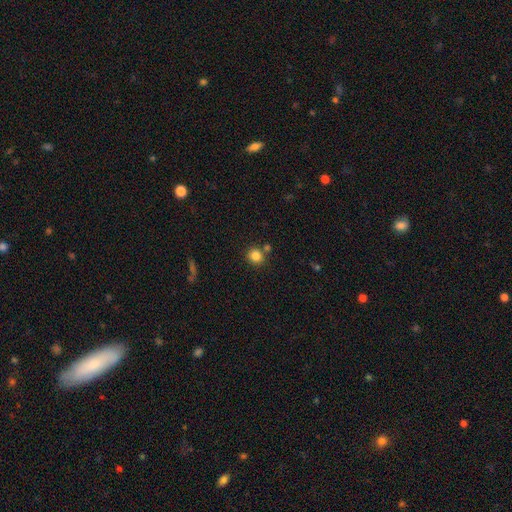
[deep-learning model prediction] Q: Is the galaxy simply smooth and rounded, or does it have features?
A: smooth — 84%.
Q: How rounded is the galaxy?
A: round — 88%.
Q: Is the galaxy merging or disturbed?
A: none — 77%.